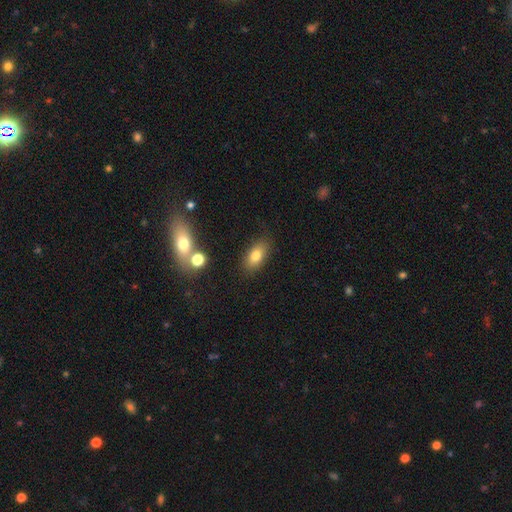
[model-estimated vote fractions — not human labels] Morphology: type=smooth (78%); roundness=in between (87%); merging=none (81%).